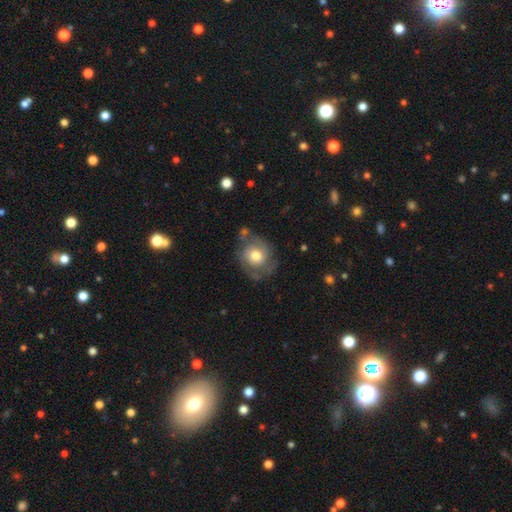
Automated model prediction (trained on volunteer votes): A featured or disk galaxy (53%) with no bar (81%), spiral arms (76%) and a moderate central bulge (62%).

Vote fractions:
- Smooth or featured? featured or disk: 53% / smooth: 40% / star or artifact: 7%
- Edge-on disk? no: 97% / yes: 3%
- Bar? no: 81% / weak: 16% / strong: 3%
- Spiral arms? yes: 76% / no: 24%
- Bulge size? moderate: 62% / large: 27% / small: 8% / dominant: 2% / none: 1%
- Merging? none: 61% / minor disturbance: 22% / major disturbance: 12% / merger: 4%